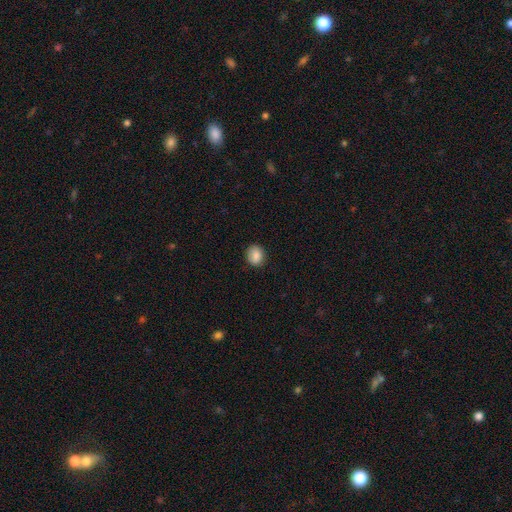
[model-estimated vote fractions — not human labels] Overall: smooth (86%). How rounded: round (59%; in between 40%). Merging: none (85%).